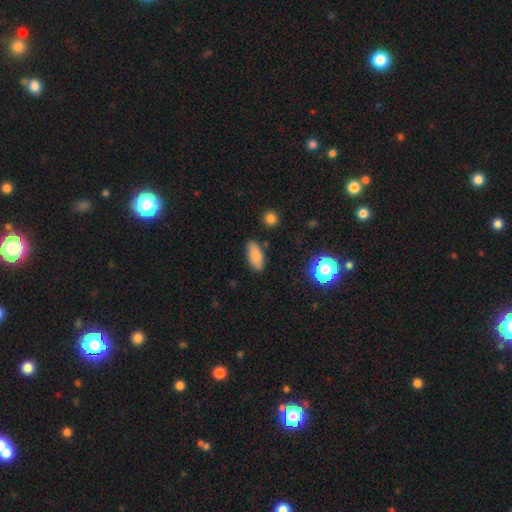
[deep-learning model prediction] Q: Smooth or featured?
A: smooth (81%); runner-up: featured or disk (9%)
Q: How rounded?
A: in between (88%); runner-up: cigar-shaped (9%)
Q: Merging?
A: none (82%); runner-up: minor disturbance (13%)